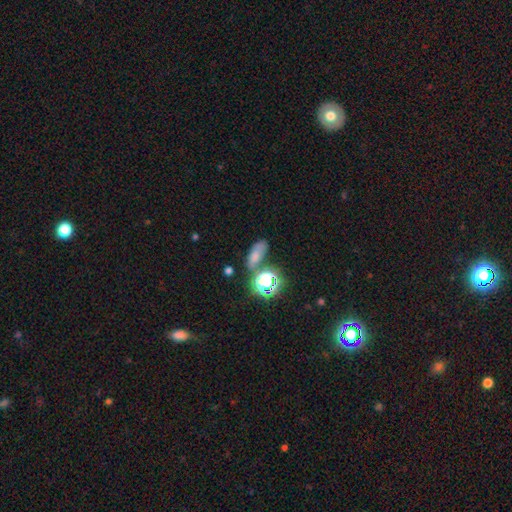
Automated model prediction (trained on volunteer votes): smooth 60%, star or artifact 25%, featured or disk 15%. Down the decision tree: how rounded — in between (73%); merging — none (49%).